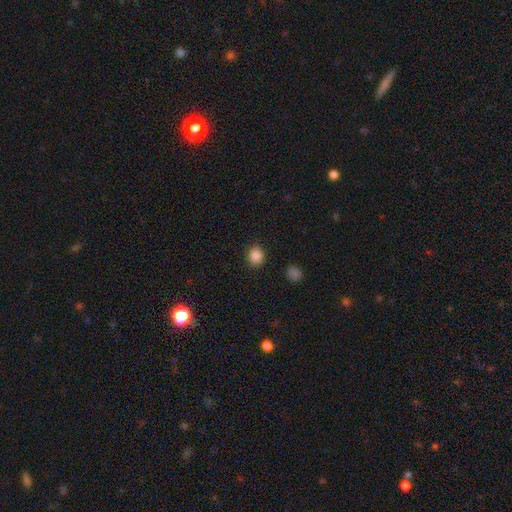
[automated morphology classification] Q: Smooth or featured?
A: smooth (87%); runner-up: star or artifact (10%)
Q: How rounded?
A: round (76%); runner-up: in between (24%)
Q: Merging?
A: none (91%); runner-up: minor disturbance (6%)